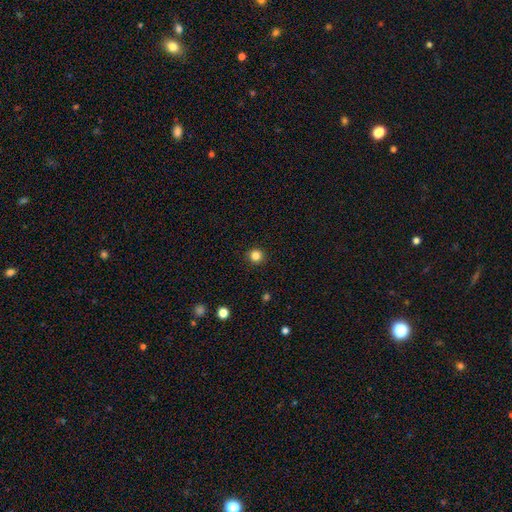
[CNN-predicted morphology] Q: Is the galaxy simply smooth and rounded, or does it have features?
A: smooth — 84%.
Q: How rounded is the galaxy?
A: round — 95%.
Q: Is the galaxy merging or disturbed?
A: none — 93%.